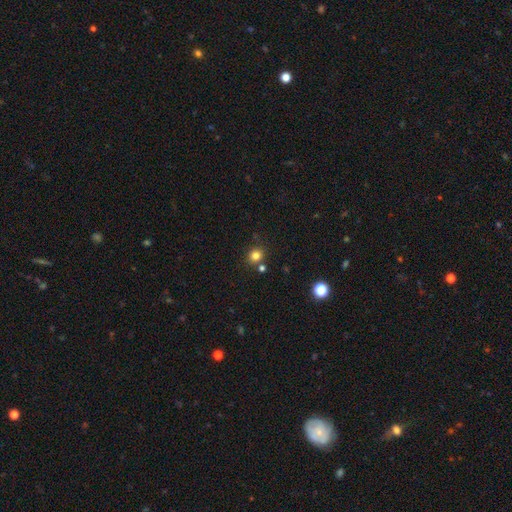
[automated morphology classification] This is likely a smooth galaxy (80%). How rounded: clearly round (82%). Merging: likely none (78%).